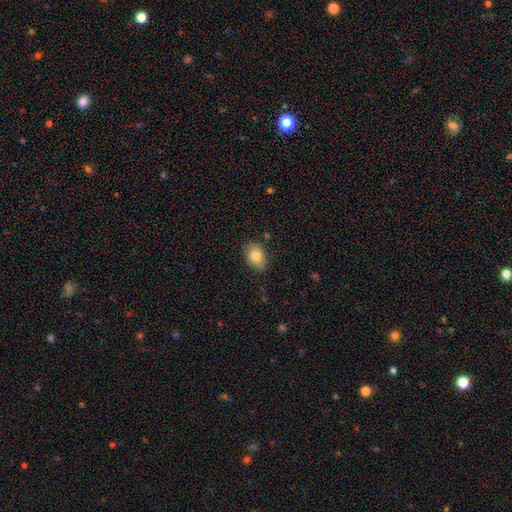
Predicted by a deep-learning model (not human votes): smooth 80%, featured or disk 12%, star or artifact 8%. Down the decision tree: how rounded — in between (73%); merging — none (79%).